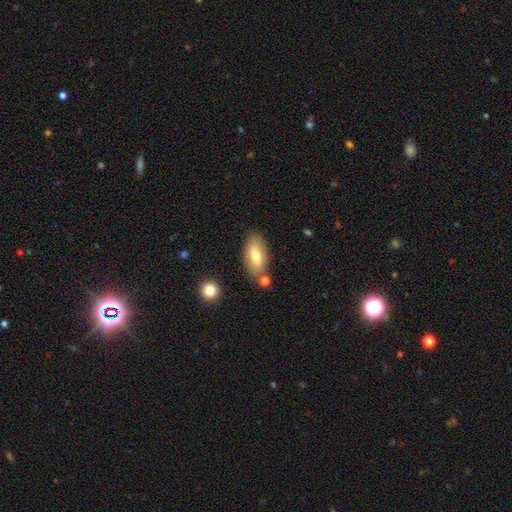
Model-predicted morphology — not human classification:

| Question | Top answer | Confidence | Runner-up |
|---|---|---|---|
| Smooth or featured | smooth | 71% | featured or disk (22%) |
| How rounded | in between | 90% | cigar-shaped (7%) |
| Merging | none | 77% | minor disturbance (13%) |